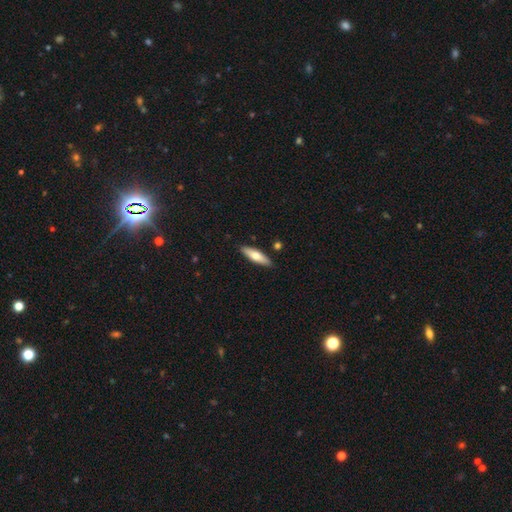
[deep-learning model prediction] Smooth or featured? Predicted: smooth (p=0.62). How rounded? Predicted: cigar-shaped (p=0.63). Merging? Predicted: none (p=0.88).